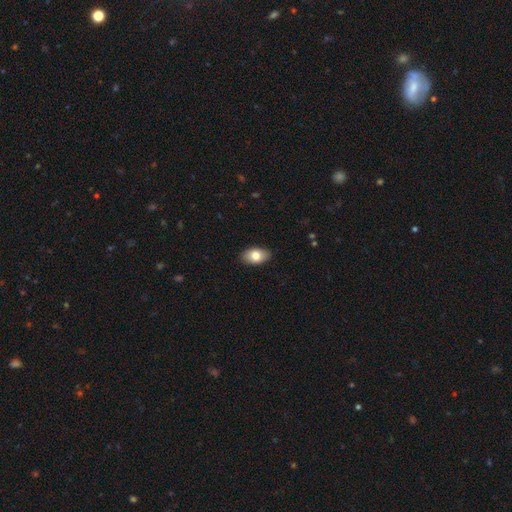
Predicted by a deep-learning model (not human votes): smooth 80%, featured or disk 13%, star or artifact 7%. Down the decision tree: how rounded — in between (92%); merging — none (89%).